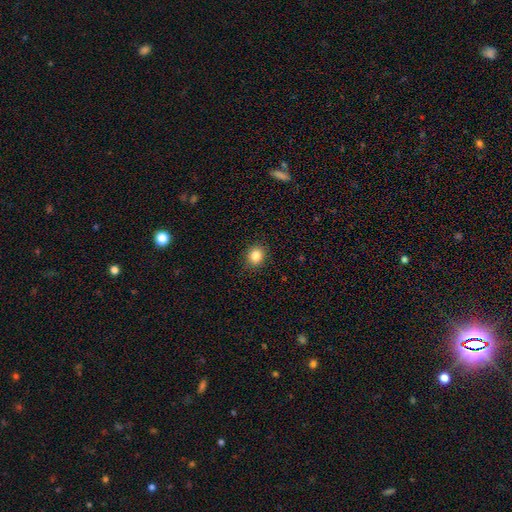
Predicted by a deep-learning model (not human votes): smooth-or-featured: smooth: 84% | star or artifact: 11% | featured or disk: 5%
  how-rounded: round: 71% | in between: 28% | cigar-shaped: 1%
  merging: none: 89% | minor disturbance: 8% | major disturbance: 2% | merger: 1%